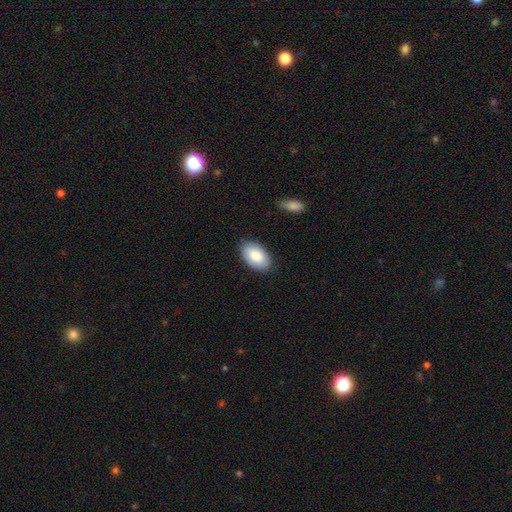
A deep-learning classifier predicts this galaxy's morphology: type=smooth (86%); roundness=in between (94%); merging=none (85%).